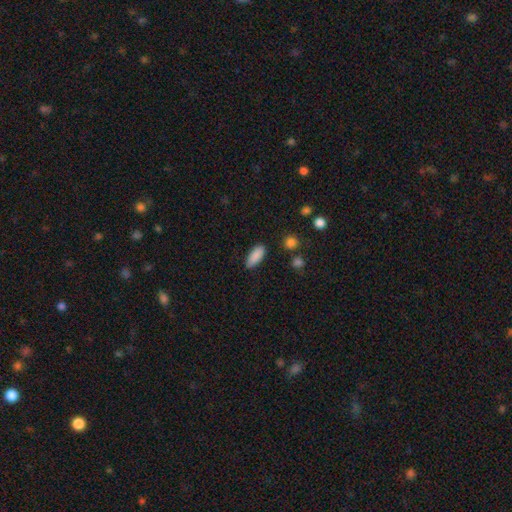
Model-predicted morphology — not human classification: The model was most divided on "how rounded": in between: 77%, cigar-shaped: 21%, round: 2%. More confident: smooth or featured — smooth (88%); merging — none (85%).